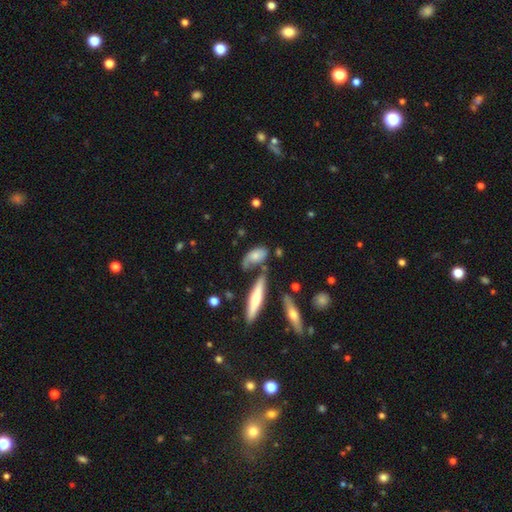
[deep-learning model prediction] Smooth or featured? smooth (54%)
How rounded? in between (82%)
Merging? none (44%)